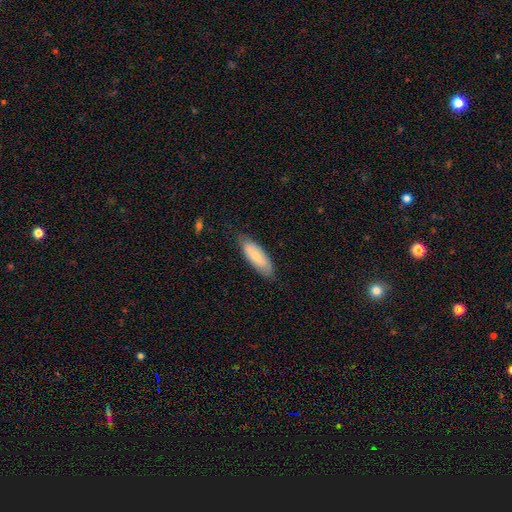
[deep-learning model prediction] This is likely a smooth galaxy (70%). How rounded: likely in between (64%). Merging: likely none (80%).